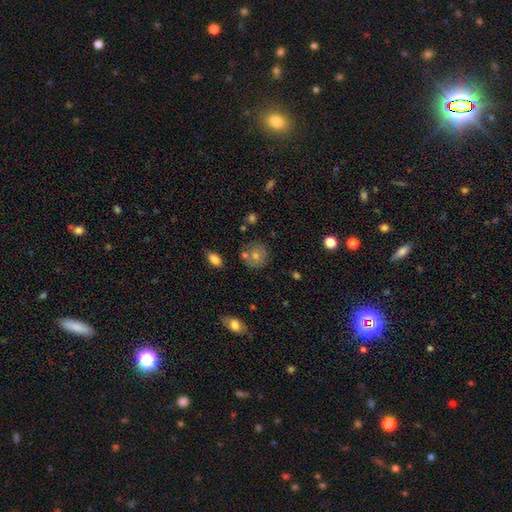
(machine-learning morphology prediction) Smooth or featured? Predicted: smooth (p=0.57). How rounded? Predicted: round (p=0.83). Merging? Predicted: none (p=0.74).